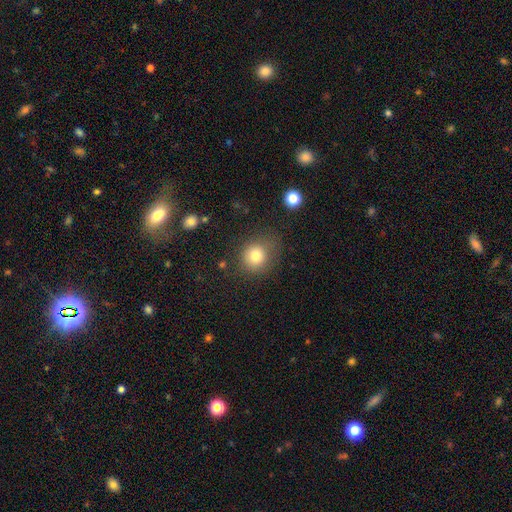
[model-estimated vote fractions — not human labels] Smooth or featured?
  - smooth: 80% *
  - star or artifact: 12%
  - featured or disk: 9%
How rounded?
  - round: 82% *
  - in between: 17%
  - cigar-shaped: 1%
Merging?
  - none: 71% *
  - minor disturbance: 18%
  - major disturbance: 8%
  - merger: 3%